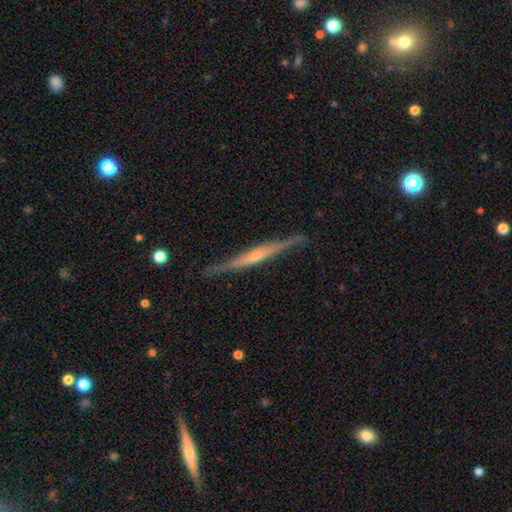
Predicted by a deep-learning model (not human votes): smooth_or_featured: featured or disk (p=0.75) [alt: smooth p=0.20]
disk_edge_on: yes (p=0.97) [alt: no p=0.03]
edge_on_bulge: rounded (p=0.55) [alt: none p=0.34]
merging: none (p=0.83) [alt: minor disturbance p=0.13]